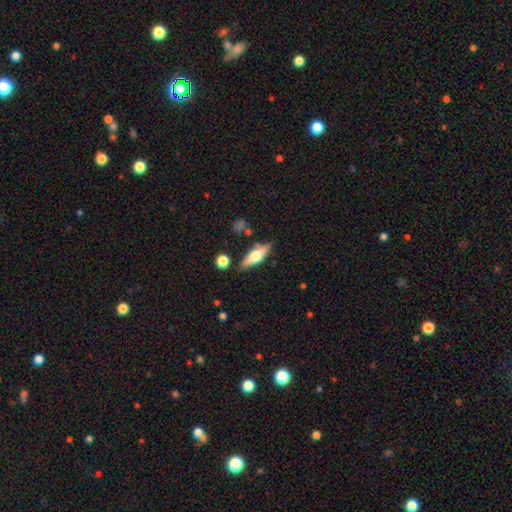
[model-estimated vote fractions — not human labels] This appears to be a featured or disk galaxy (52%) viewed edge-on (91%). Merging: none (79%).